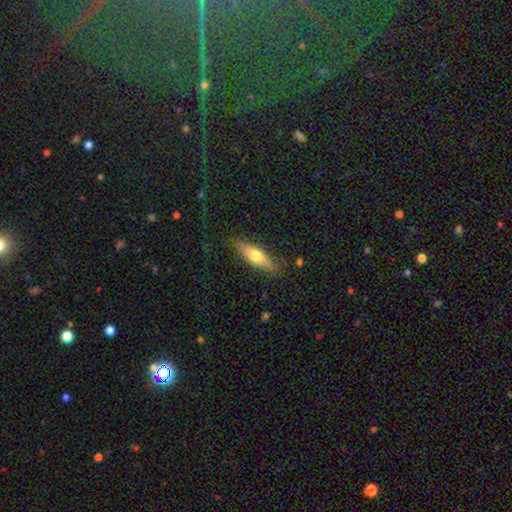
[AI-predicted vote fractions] smooth-or-featured: smooth: 53% | featured or disk: 41% | star or artifact: 6%
  how-rounded: cigar-shaped: 59% | in between: 38% | round: 3%
  merging: none: 83% | minor disturbance: 12% | major disturbance: 3% | merger: 1%